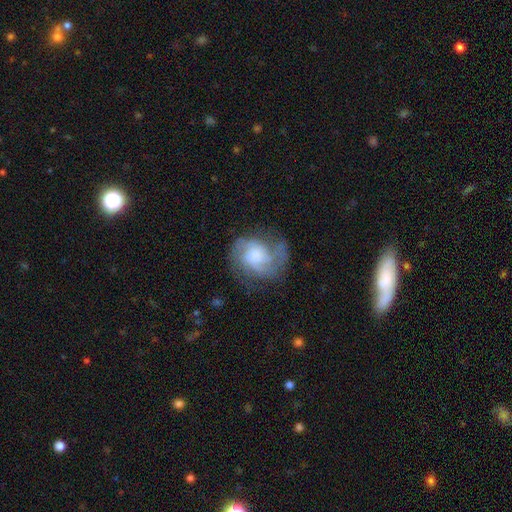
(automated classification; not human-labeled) A featured or disk galaxy (73%) with no bar (66%), 2 (37%) medium (46%) spiral arms (90%) and a moderate central bulge (39%). Merging: none (58%).